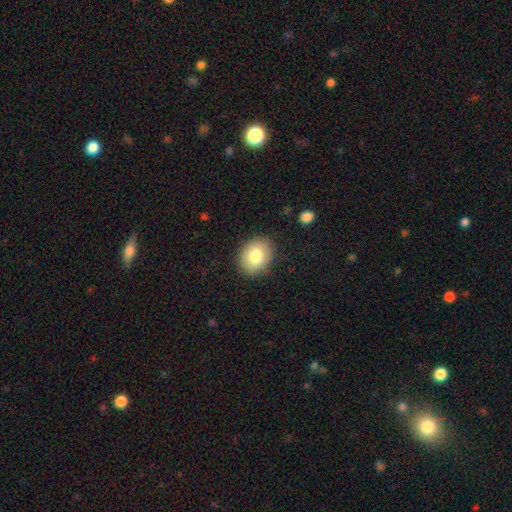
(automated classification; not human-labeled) The model was most divided on "how rounded": in between: 55%, round: 44%, cigar-shaped: 1%. More confident: merging — none (87%); smooth or featured — smooth (80%).